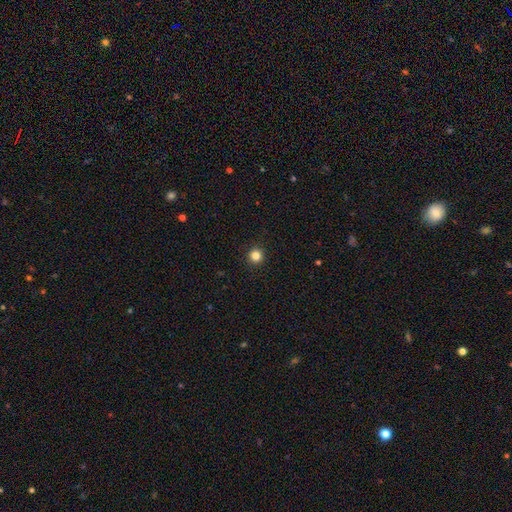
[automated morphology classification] smooth-or-featured: smooth: 83% | star or artifact: 13% | featured or disk: 4%
  how-rounded: round: 96% | in between: 3% | cigar-shaped: 1%
  merging: none: 93% | minor disturbance: 4% | major disturbance: 2% | merger: 1%